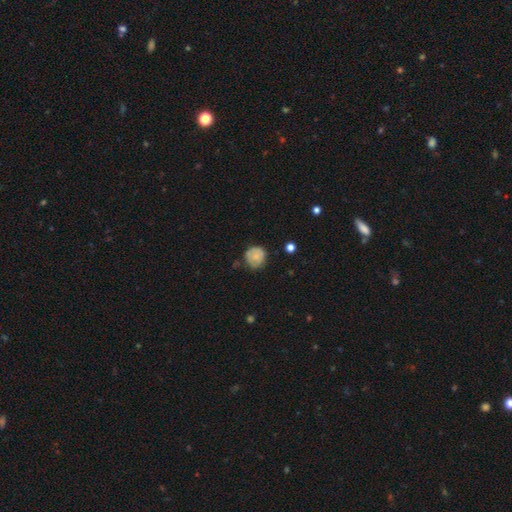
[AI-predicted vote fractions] This appears to be a smooth galaxy with no disk features (71%) that is round (87%). Merging: none (66%).